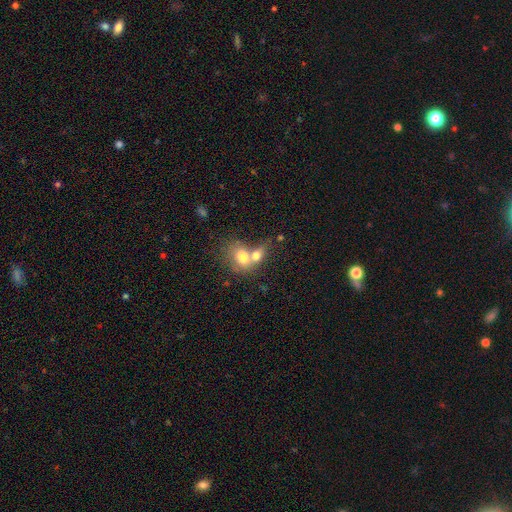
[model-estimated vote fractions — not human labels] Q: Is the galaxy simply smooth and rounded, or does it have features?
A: smooth — 73%.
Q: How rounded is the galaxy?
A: in between — 63%.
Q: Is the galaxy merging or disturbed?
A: merger — 69%.